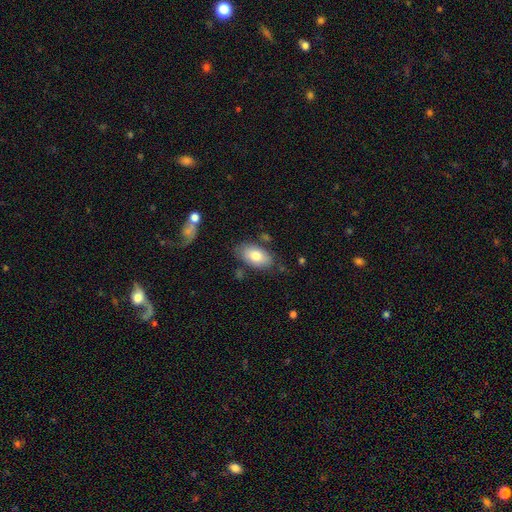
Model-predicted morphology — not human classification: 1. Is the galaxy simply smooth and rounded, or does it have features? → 79% smooth, 15% featured or disk, 6% star or artifact.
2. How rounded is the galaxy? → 94% in between, 4% round, 2% cigar-shaped.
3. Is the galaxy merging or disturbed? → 76% none, 15% minor disturbance, 4% merger, 4% major disturbance.